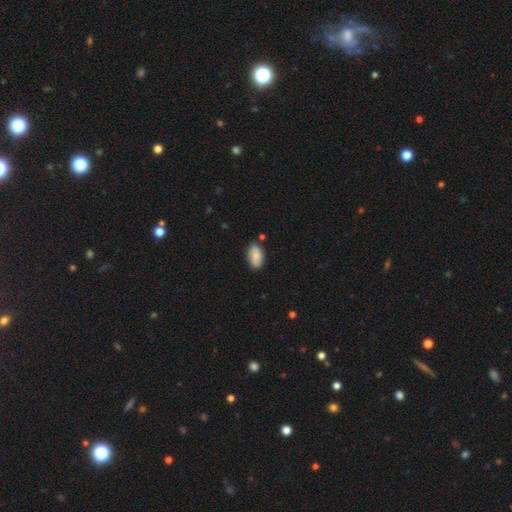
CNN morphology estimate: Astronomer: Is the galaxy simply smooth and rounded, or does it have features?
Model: smooth — 77%.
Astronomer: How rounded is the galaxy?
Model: in between — 93%.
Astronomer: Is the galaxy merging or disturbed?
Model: none — 78%.